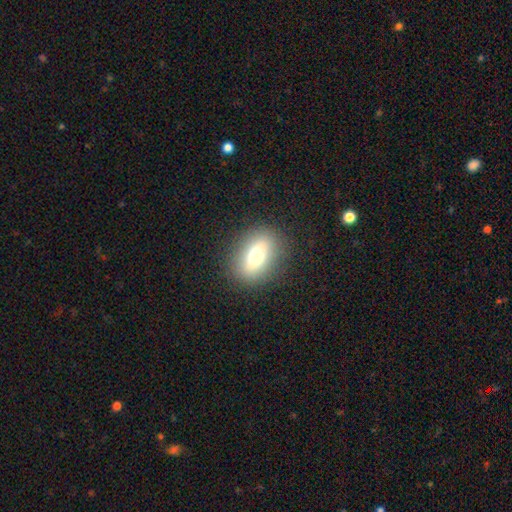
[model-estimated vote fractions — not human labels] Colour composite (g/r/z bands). It shows a smooth galaxy with no disk features (65%) that is in between round and cigar-shaped (72%). Merging: none (87%).